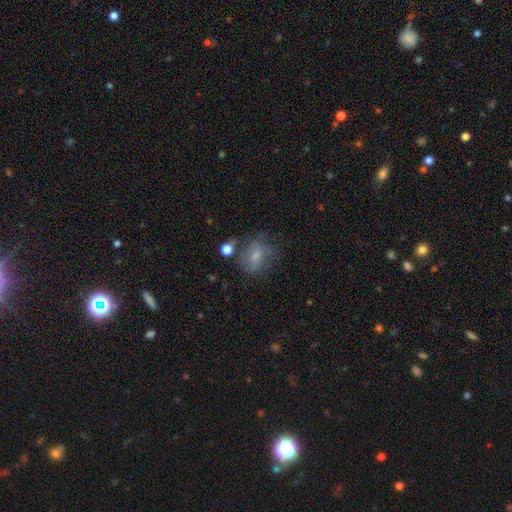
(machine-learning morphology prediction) smooth_or_featured: smooth (p=0.47) [alt: featured or disk p=0.41]
merging: none (p=0.53) [alt: minor disturbance p=0.23]